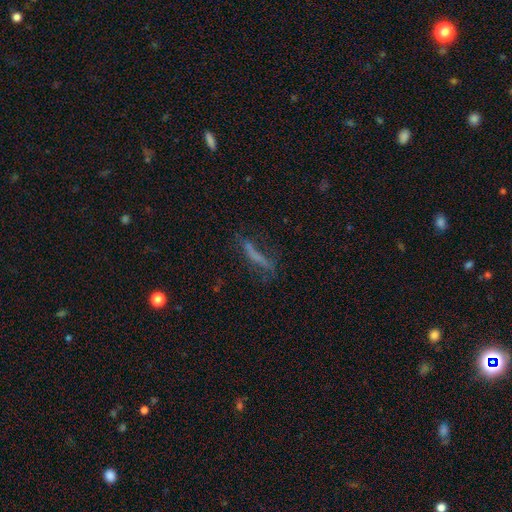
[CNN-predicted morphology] Smooth or featured? Predicted: smooth (p=0.48). Merging? Predicted: none (p=0.51).